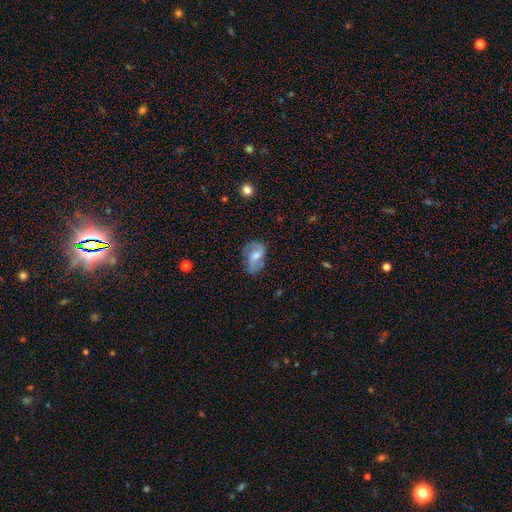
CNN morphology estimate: smooth_or_featured: featured or disk (p=0.64) [alt: smooth p=0.27]
disk_edge_on: no (p=0.96) [alt: yes p=0.04]
bar: weak (p=0.45) [alt: no p=0.38]
has_spiral_arms: yes (p=0.85) [alt: no p=0.15]
spiral_winding: loose (p=0.50) [alt: medium p=0.36]
spiral_arm_count: 2 (p=0.81) [alt: can't tell p=0.09]
bulge_size: moderate (p=0.55) [alt: small p=0.29]
merging: none (p=0.61) [alt: minor disturbance p=0.24]